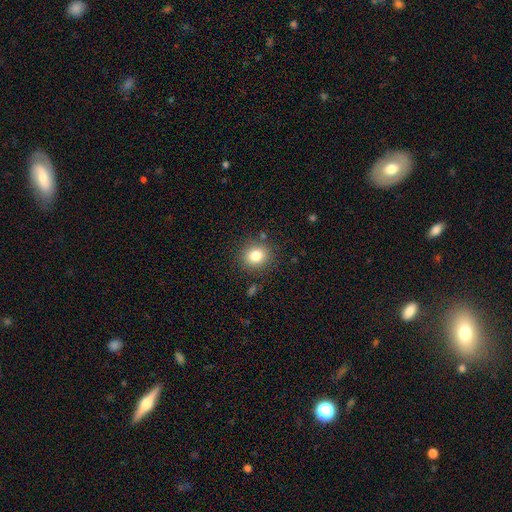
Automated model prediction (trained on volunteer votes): Overall: smooth (82%). How rounded: round (76%). Merging: none (85%).